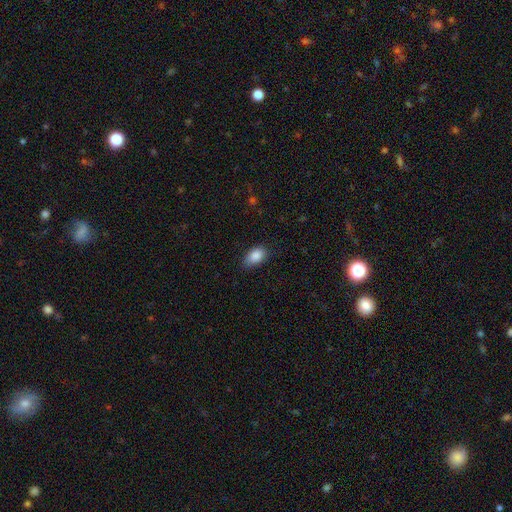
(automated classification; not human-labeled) smooth_or_featured: smooth (p=0.88) [alt: star or artifact p=0.08]
how_rounded: in between (p=0.89) [alt: round p=0.09]
merging: none (p=0.73) [alt: minor disturbance p=0.22]